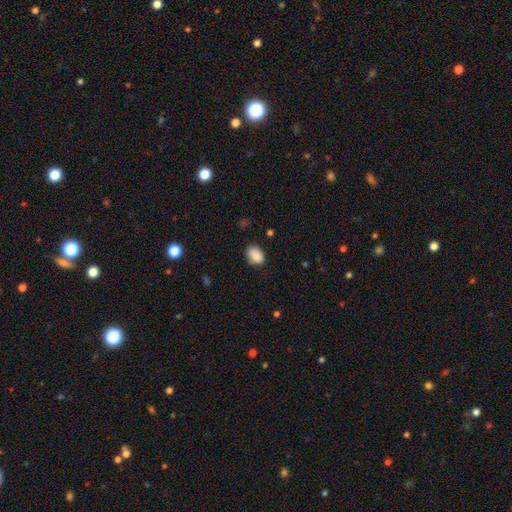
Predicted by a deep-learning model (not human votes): A smooth galaxy with no disk features (88%) that is in between round and cigar-shaped (77%). Merging: none (78%).